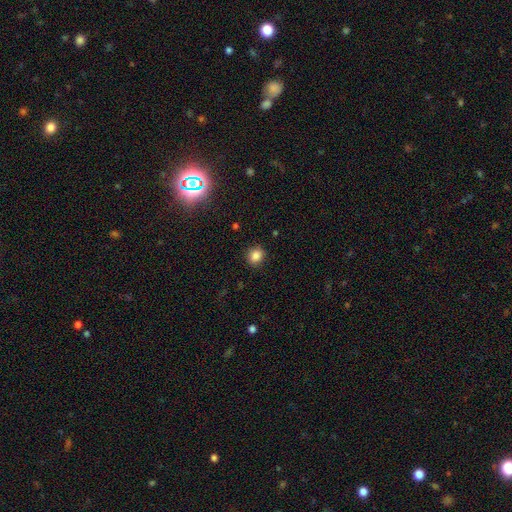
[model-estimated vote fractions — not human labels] Overall: smooth (84%). How rounded: round (75%). Merging: none (89%).